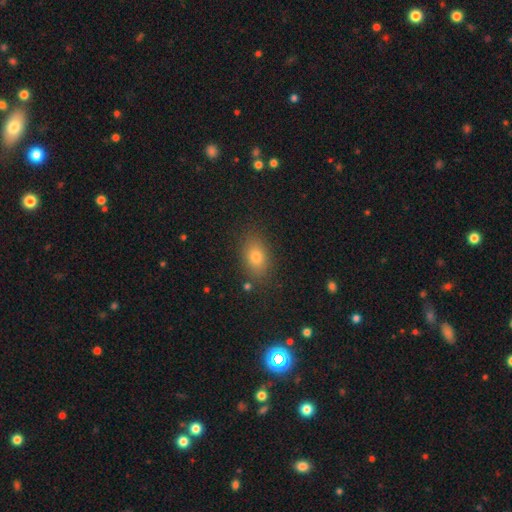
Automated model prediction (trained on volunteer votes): smooth 73%, star or artifact 18%, featured or disk 10%. Down the decision tree: how rounded — in between (74%); merging — none (85%).